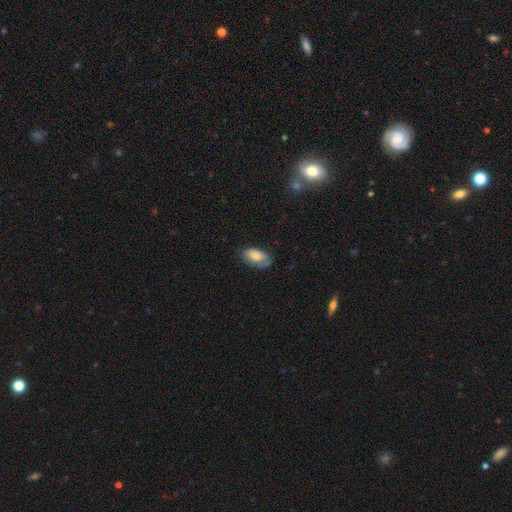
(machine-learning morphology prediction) Smooth or featured? smooth (76%)
How rounded? in between (93%)
Merging? none (58%)